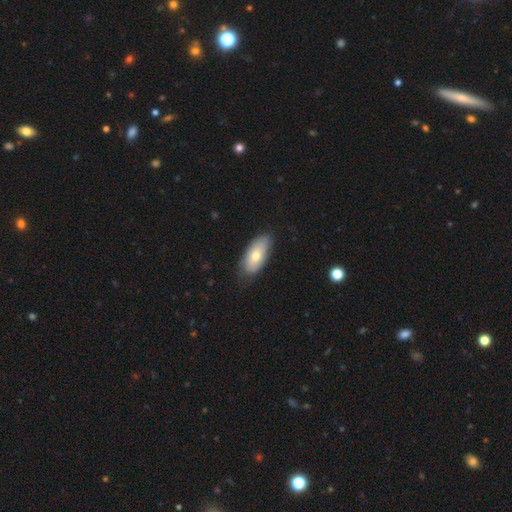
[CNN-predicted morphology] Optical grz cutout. It shows a smooth galaxy with no disk features (70%) that is in between round and cigar-shaped (90%). Merging: none (76%).